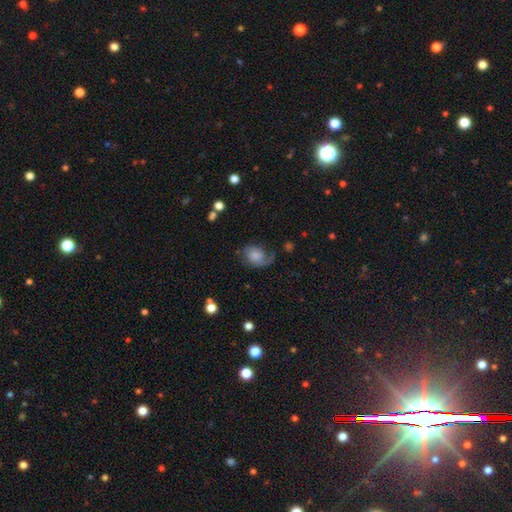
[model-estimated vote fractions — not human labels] Smooth or featured?
  - featured or disk: 54% *
  - smooth: 38%
  - star or artifact: 8%
Edge-on disk?
  - no: 97% *
  - yes: 3%
Bar?
  - no: 73% *
  - weak: 23%
  - strong: 4%
Spiral arms?
  - yes: 87% *
  - no: 13%
Bulge size?
  - small: 41% *
  - moderate: 26%
  - none: 19%
  - large: 10%
  - dominant: 3%
Merging?
  - none: 43% *
  - major disturbance: 28%
  - minor disturbance: 26%
  - merger: 3%